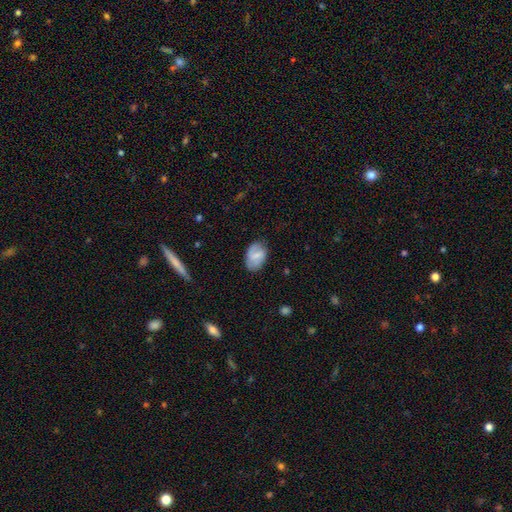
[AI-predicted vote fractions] smooth 60%, featured or disk 33%, star or artifact 7%. Down the decision tree: how rounded — in between (85%); merging — none (71%).